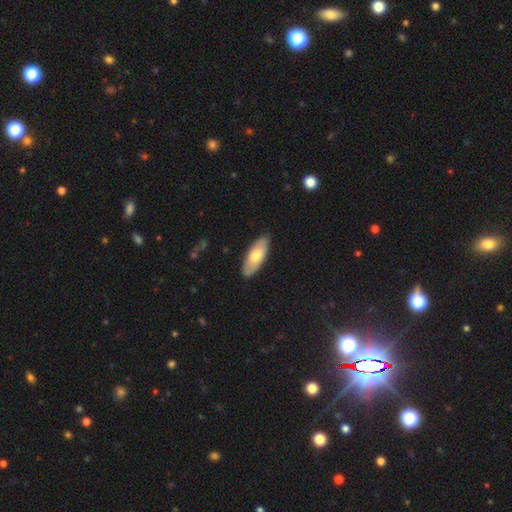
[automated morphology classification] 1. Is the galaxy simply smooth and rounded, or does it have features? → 68% smooth, 27% featured or disk, 5% star or artifact.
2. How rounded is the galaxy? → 76% in between, 22% cigar-shaped, 2% round.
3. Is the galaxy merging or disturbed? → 86% none, 11% minor disturbance, 2% major disturbance, 1% merger.